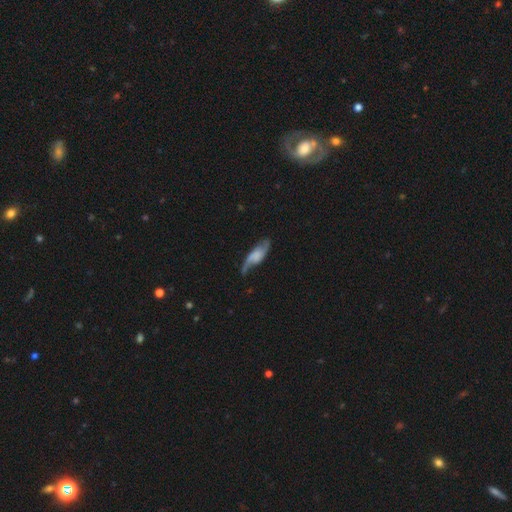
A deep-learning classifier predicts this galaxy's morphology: The model was most divided on "bar": no: 58%, weak: 32%, strong: 11%. More confident: spiral arms — yes (92%); spiral arm count — 2 (87%); edge-on disk — no (84%); spiral winding — loose (69%); smooth or featured — featured or disk (68%); merging — none (63%); bulge size — none (52%).